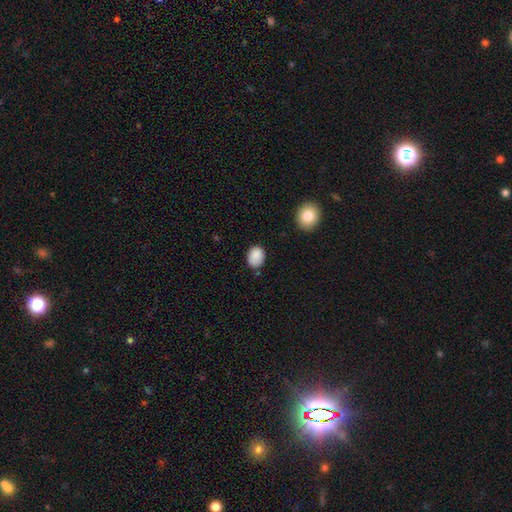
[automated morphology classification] This is clearly a smooth galaxy (88%). How rounded: possibly in between (53%). Merging: likely none (75%).